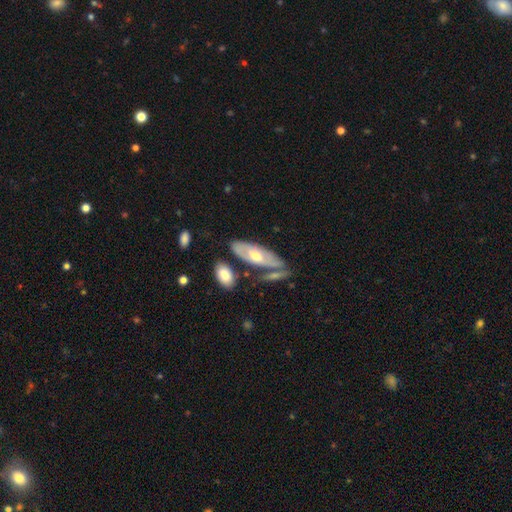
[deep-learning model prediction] Overall: featured or disk (55%; smooth 40%). Edge-on disk: no (69%; yes 31%). Merging: none (61%).